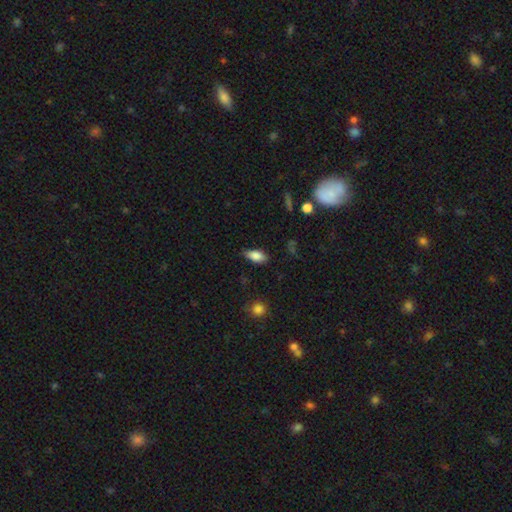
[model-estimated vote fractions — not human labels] smooth 83%, featured or disk 9%, star or artifact 8%. Down the decision tree: how rounded — in between (88%); merging — none (75%).